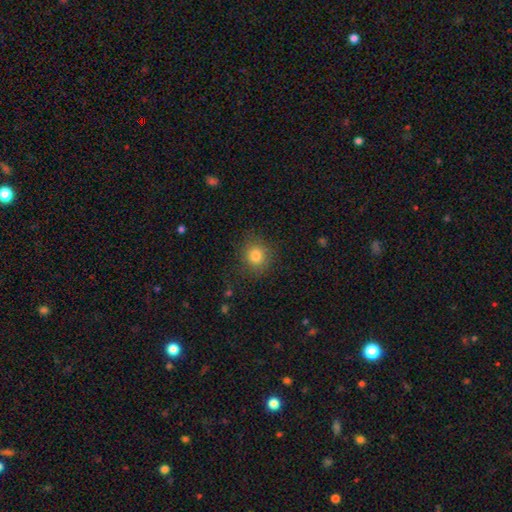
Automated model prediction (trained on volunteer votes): Smooth or featured? Predicted: smooth (p=0.81). How rounded? Predicted: round (p=0.86). Merging? Predicted: none (p=0.81).